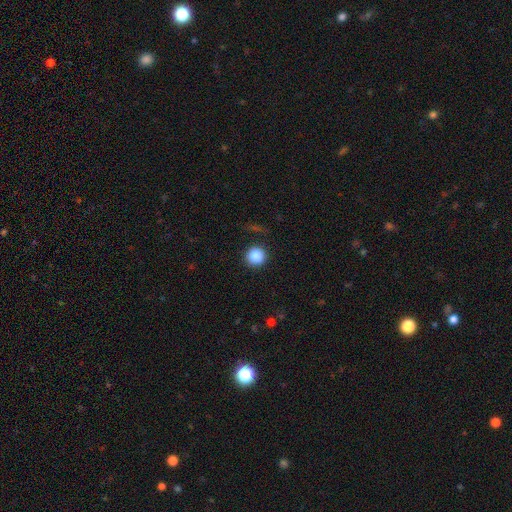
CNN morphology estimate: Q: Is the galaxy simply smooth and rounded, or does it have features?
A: smooth — 87%.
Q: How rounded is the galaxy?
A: round — 95%.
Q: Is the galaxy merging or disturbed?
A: none — 87%.